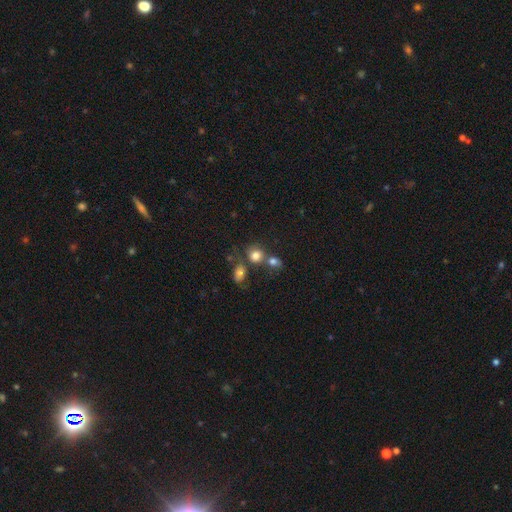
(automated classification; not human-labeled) Morphology: type=smooth (78%); roundness=round (72%); merging=none (47%).